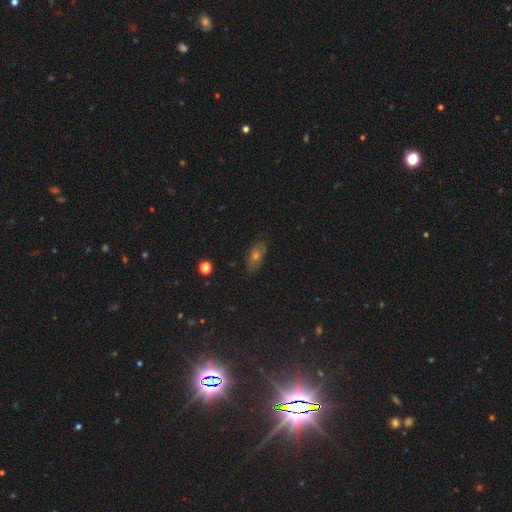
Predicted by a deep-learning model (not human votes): Smooth or featured? Predicted: smooth (p=0.47). Merging? Predicted: none (p=0.82).